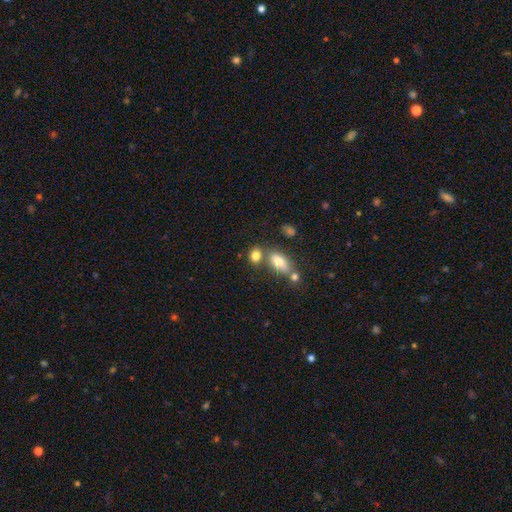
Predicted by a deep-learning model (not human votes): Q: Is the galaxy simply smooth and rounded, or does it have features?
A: smooth — 82%.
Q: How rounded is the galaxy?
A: in between — 70%.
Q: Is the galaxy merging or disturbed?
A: none — 52%.